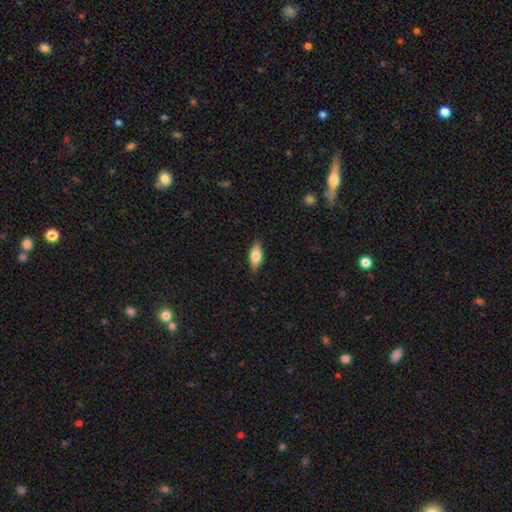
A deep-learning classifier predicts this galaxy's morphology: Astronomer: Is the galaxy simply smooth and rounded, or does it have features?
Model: smooth — 70%.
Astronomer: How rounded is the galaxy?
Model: in between — 79%.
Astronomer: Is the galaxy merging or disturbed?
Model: none — 85%.